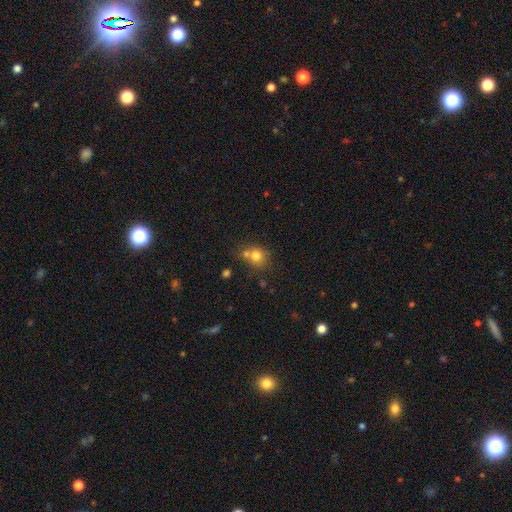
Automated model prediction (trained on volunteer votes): Overall: smooth (75%). How rounded: round (78%). Merging: none (49%; merger 35%).